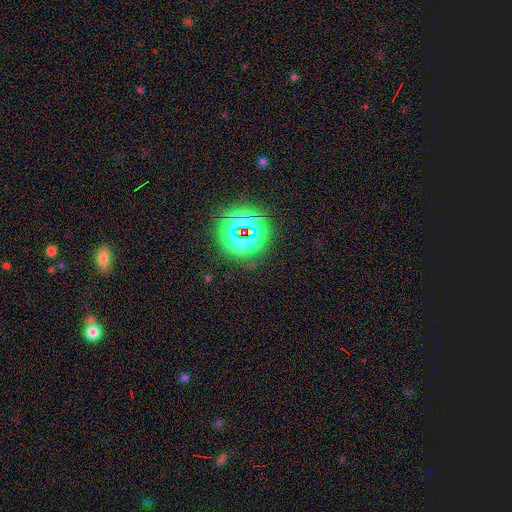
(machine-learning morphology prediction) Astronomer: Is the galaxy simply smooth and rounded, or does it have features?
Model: star or artifact — 74%.